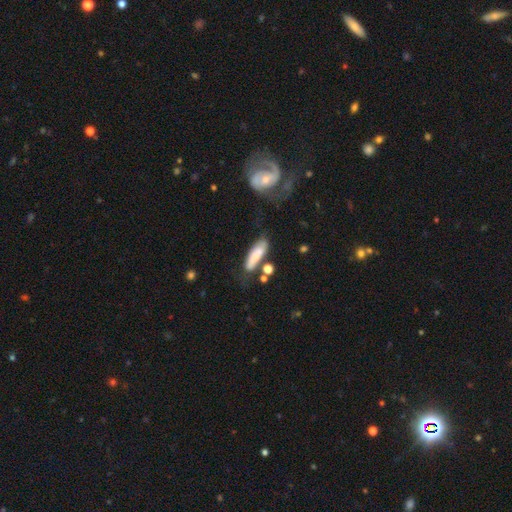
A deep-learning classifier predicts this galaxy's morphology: type=smooth (79%); roundness=cigar-shaped (55%); merging=none (58%).